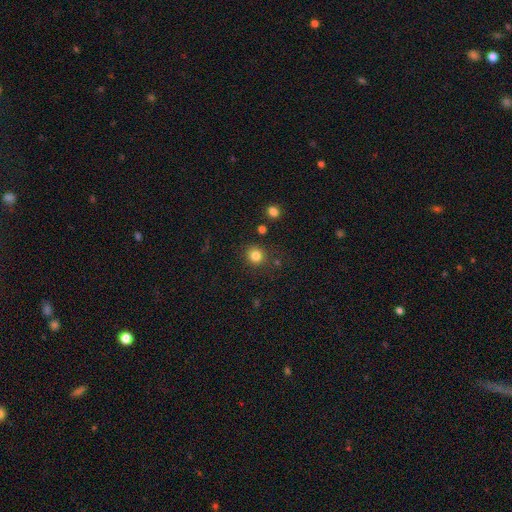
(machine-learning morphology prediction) This appears to be a smooth galaxy with no disk features (82%) that is round (91%). Merging: none (86%).